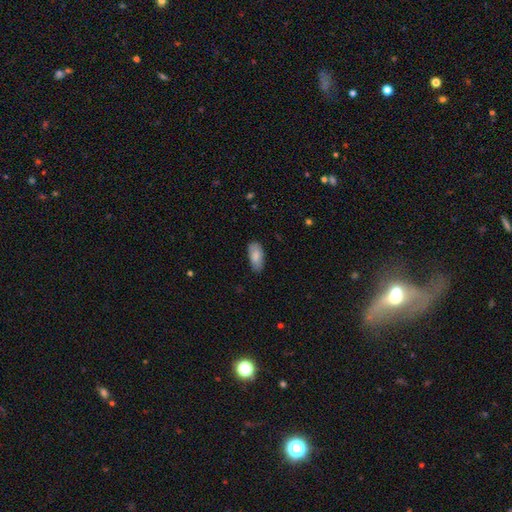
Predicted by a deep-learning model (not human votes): Q: Smooth or featured?
A: smooth (85%); runner-up: featured or disk (9%)
Q: How rounded?
A: in between (90%); runner-up: cigar-shaped (8%)
Q: Merging?
A: none (78%); runner-up: minor disturbance (17%)